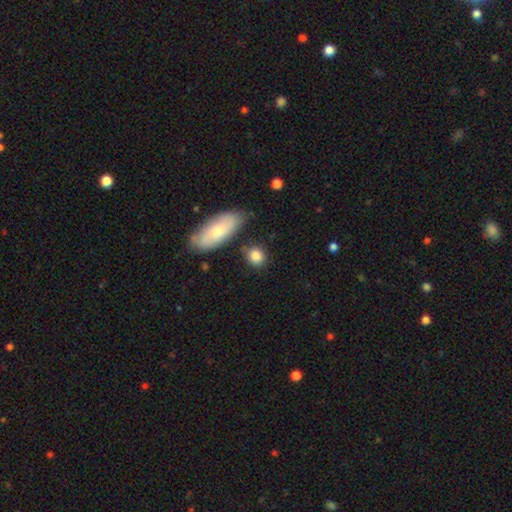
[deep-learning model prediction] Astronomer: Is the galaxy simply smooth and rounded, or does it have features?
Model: smooth — 85%.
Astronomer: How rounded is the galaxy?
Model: round — 64%.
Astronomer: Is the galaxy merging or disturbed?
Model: none — 76%.